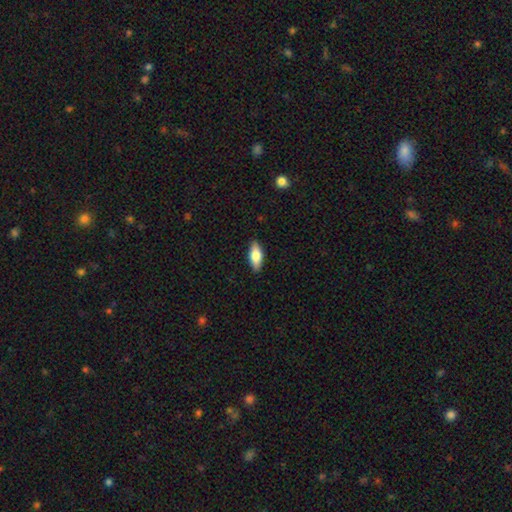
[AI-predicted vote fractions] A smooth galaxy with no disk features (68%) that is in between round and cigar-shaped (75%).

Vote fractions:
- Smooth or featured? smooth: 68% / featured or disk: 26% / star or artifact: 6%
- How rounded? in between: 75% / cigar-shaped: 23% / round: 3%
- Merging? none: 88% / minor disturbance: 9% / major disturbance: 2% / merger: 1%